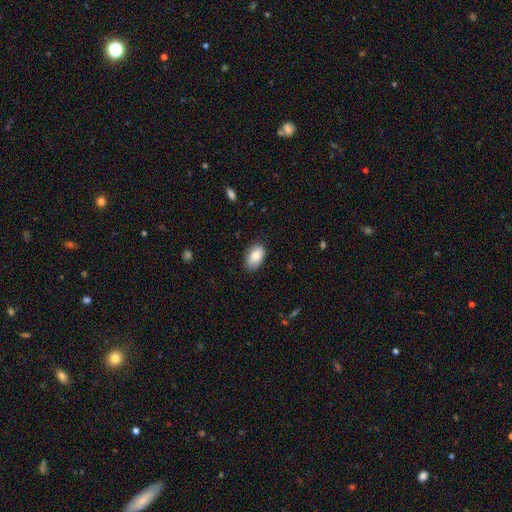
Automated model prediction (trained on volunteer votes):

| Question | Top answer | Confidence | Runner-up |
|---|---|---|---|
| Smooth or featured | smooth | 85% | featured or disk (9%) |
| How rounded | in between | 94% | round (5%) |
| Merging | none | 80% | minor disturbance (16%) |